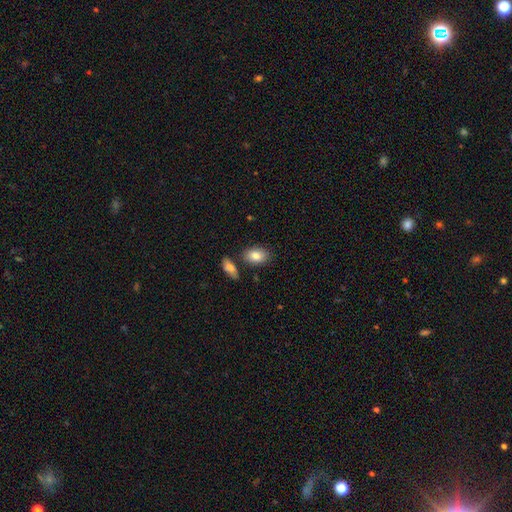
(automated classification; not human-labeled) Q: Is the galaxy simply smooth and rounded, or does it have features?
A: smooth — 85%.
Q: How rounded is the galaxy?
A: in between — 85%.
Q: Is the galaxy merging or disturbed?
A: none — 77%.